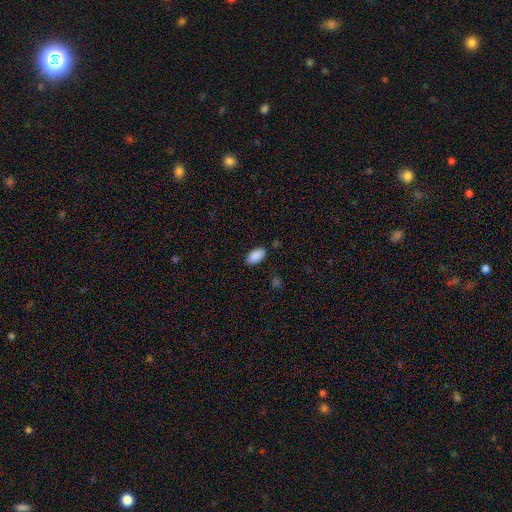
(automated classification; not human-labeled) Overall: smooth (90%). How rounded: in between (95%). Merging: none (85%).